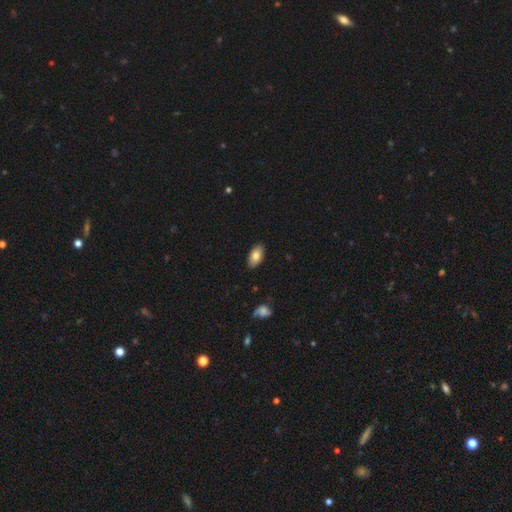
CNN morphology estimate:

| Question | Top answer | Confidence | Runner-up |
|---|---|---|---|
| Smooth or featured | smooth | 80% | featured or disk (13%) |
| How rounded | in between | 94% | round (3%) |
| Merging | none | 88% | minor disturbance (9%) |